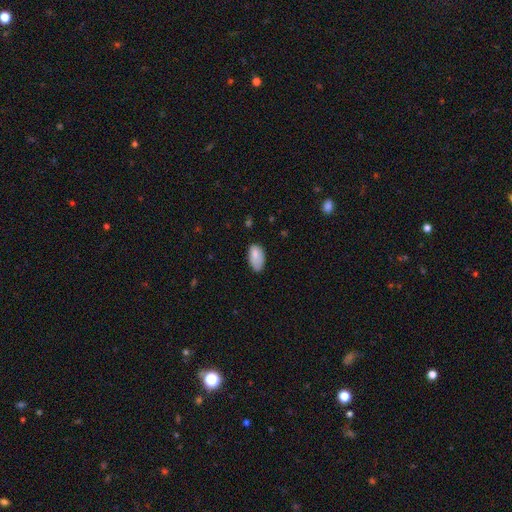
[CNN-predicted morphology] Overall: smooth (81%). How rounded: in between (94%). Merging: none (59%; minor disturbance 32%).